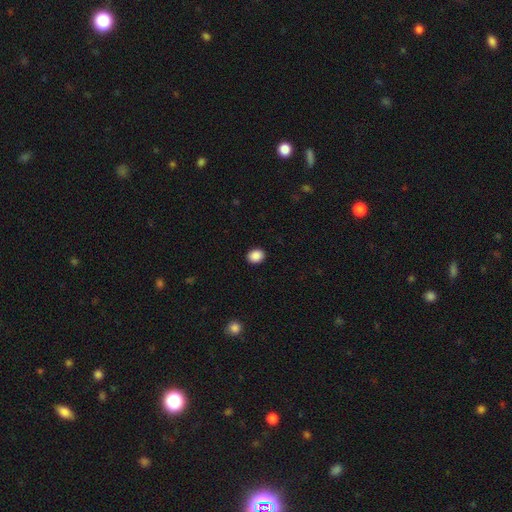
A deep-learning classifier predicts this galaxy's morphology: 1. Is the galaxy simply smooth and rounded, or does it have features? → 89% smooth, 9% star or artifact, 2% featured or disk.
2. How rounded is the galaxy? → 58% round, 41% in between, 1% cigar-shaped.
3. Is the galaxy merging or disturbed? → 92% none, 6% minor disturbance, 2% major disturbance, 1% merger.